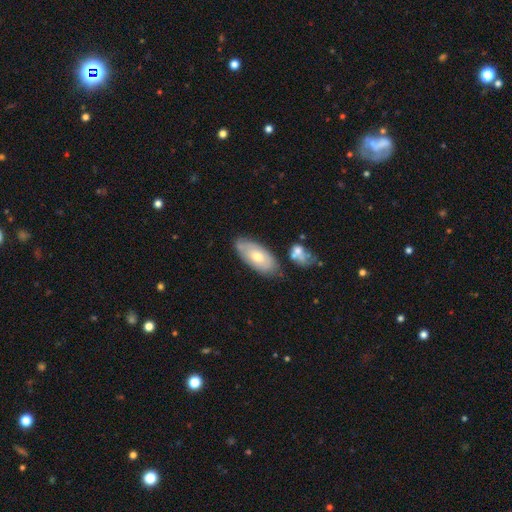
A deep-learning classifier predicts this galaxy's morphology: smooth 49%, featured or disk 45%, star or artifact 7%. Down the decision tree: merging — none (68%).